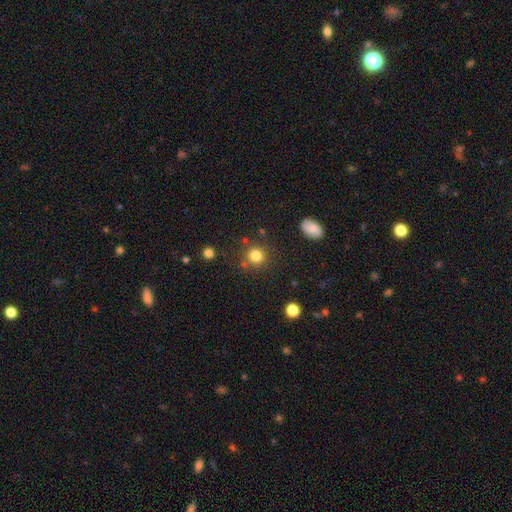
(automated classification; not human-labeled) This is clearly a smooth galaxy (82%). How rounded: clearly round (90%). Merging: clearly none (80%).